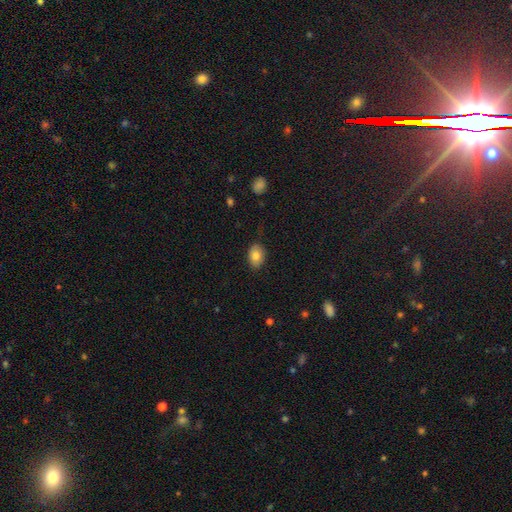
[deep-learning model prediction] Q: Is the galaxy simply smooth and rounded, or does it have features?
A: smooth — 82%.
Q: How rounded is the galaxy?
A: in between — 82%.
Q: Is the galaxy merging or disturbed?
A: none — 84%.